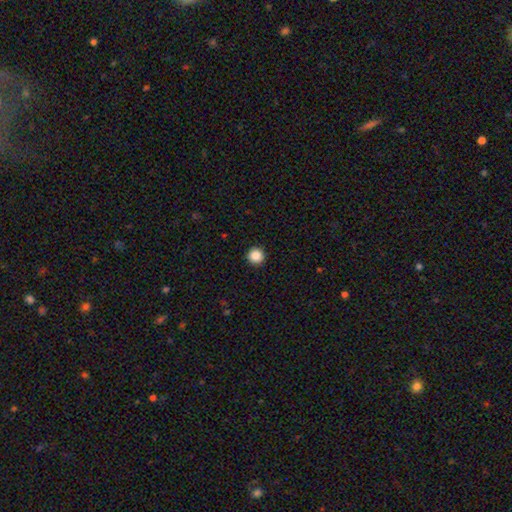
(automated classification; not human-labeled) Smooth or featured?
  - smooth: 87% *
  - star or artifact: 10%
  - featured or disk: 3%
How rounded?
  - round: 96% *
  - in between: 4%
  - cigar-shaped: 1%
Merging?
  - none: 93% *
  - minor disturbance: 5%
  - major disturbance: 2%
  - merger: 1%